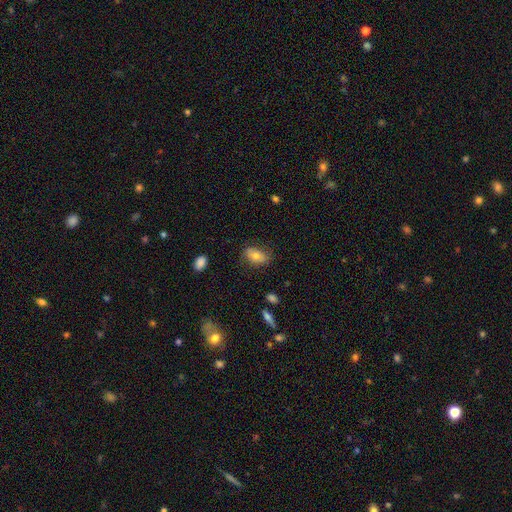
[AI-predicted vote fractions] smooth_or_featured: smooth (p=0.71) [alt: featured or disk p=0.20]
how_rounded: in between (p=0.88) [alt: round p=0.09]
merging: none (p=0.72) [alt: minor disturbance p=0.20]